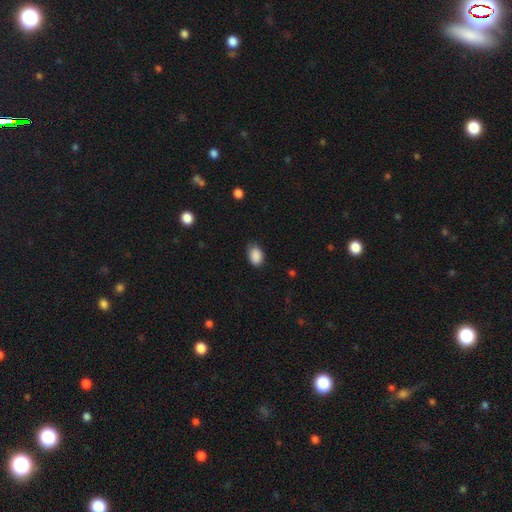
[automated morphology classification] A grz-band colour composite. It shows a smooth galaxy with no disk features (89%) that is in between round and cigar-shaped (82%). Merging: none (71%).